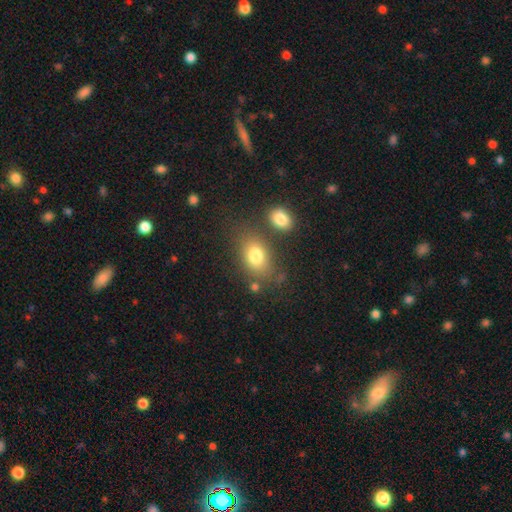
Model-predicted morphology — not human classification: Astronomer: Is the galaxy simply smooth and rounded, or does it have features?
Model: smooth — 79%.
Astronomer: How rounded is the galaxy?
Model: in between — 78%.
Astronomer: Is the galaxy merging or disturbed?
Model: none — 68%.